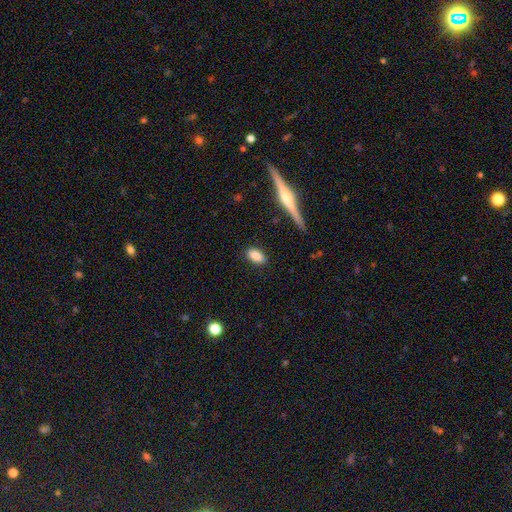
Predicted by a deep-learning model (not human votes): smooth-or-featured: smooth: 84% | featured or disk: 9% | star or artifact: 7%
  how-rounded: in between: 87% | round: 8% | cigar-shaped: 5%
  merging: none: 87% | minor disturbance: 9% | major disturbance: 2% | merger: 1%